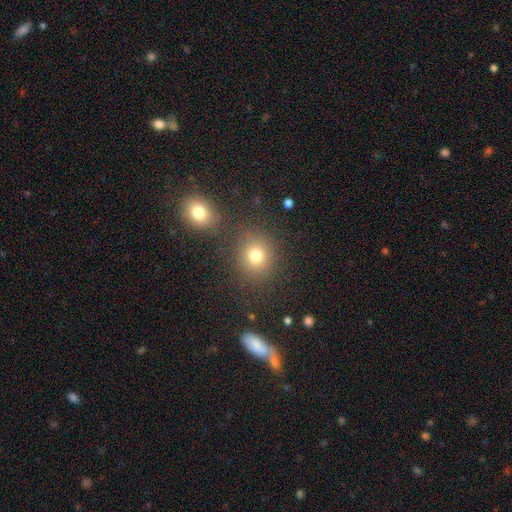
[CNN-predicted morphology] This appears to be a smooth galaxy with no disk features (76%) that is round (82%). Merging: none (79%).